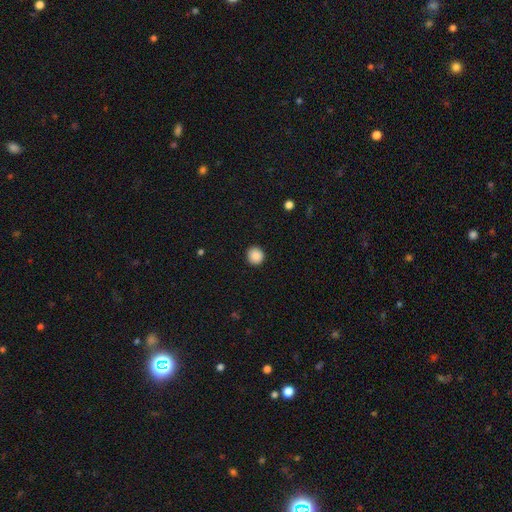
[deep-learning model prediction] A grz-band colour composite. It shows a smooth galaxy with no disk features (89%) that is round (93%). Merging: none (92%).